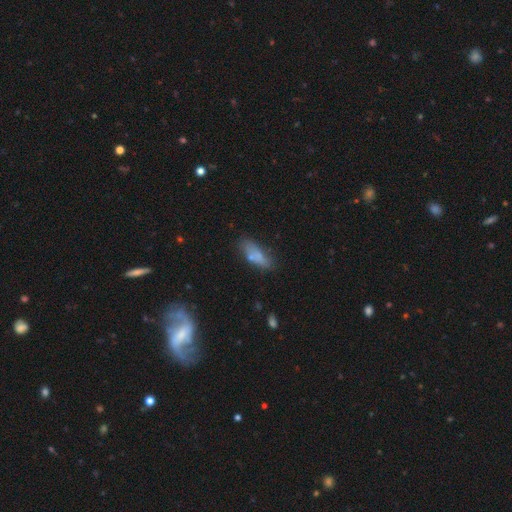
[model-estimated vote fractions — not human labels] Q: Smooth or featured?
A: smooth (69%); runner-up: featured or disk (21%)
Q: How rounded?
A: in between (59%); runner-up: cigar-shaped (38%)
Q: Merging?
A: none (56%); runner-up: minor disturbance (23%)